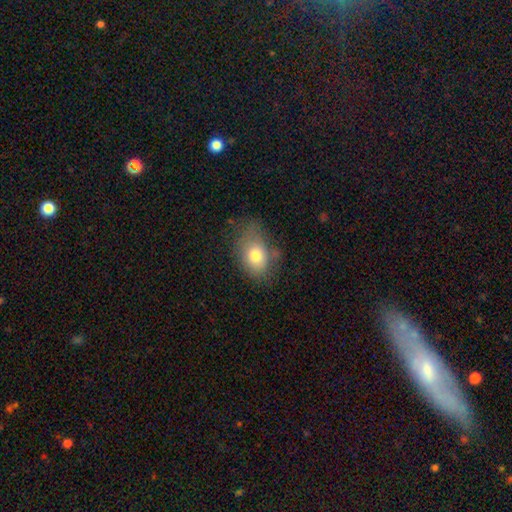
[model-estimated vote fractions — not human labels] Smooth or featured? Predicted: smooth (p=0.75). How rounded? Predicted: in between (p=0.73). Merging? Predicted: none (p=0.52).